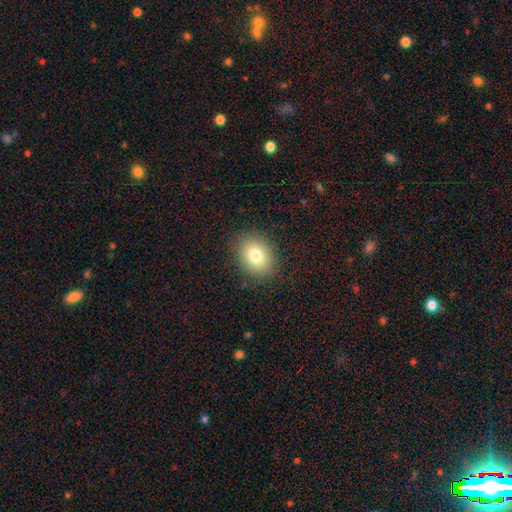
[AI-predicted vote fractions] A smooth galaxy with no disk features (78%) that is in between round and cigar-shaped (64%). Merging: none (86%).